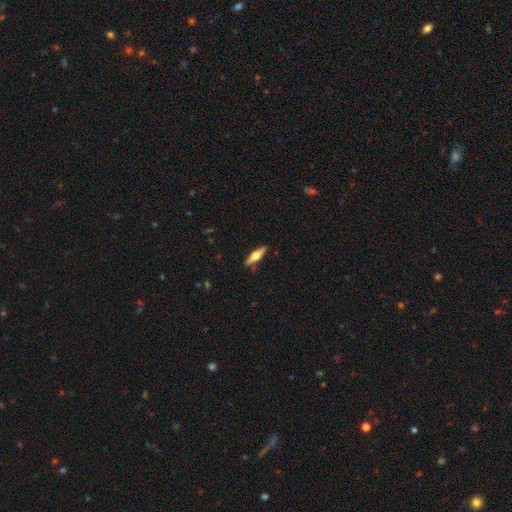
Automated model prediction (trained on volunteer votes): A featured or disk galaxy (64%) viewed edge-on (96%) with a rounded central bulge (94%).

Vote fractions:
- Smooth or featured? featured or disk: 64% / smooth: 31% / star or artifact: 6%
- Edge-on disk? yes: 96% / no: 4%
- Edge-on bulge? rounded: 94% / boxy: 4% / none: 2%
- Merging? none: 89% / minor disturbance: 8% / major disturbance: 2% / merger: 1%